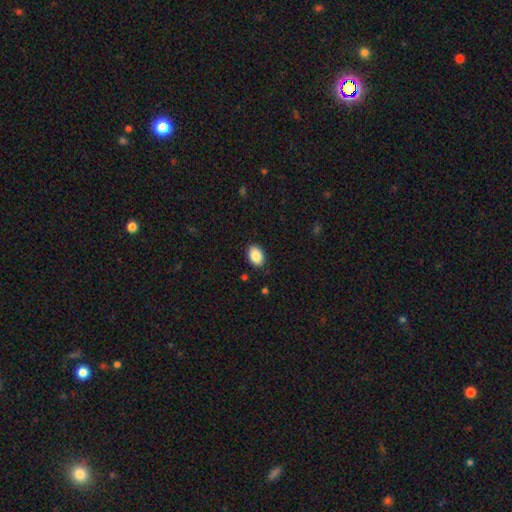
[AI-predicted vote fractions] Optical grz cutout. It shows a smooth galaxy with no disk features (87%) that is in between round and cigar-shaped (82%). Merging: none (88%).